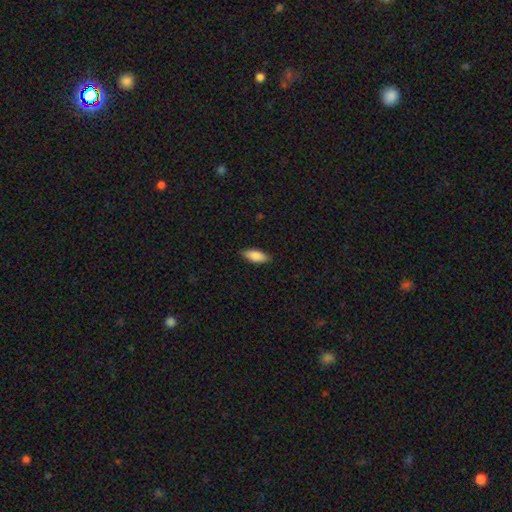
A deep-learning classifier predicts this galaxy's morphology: smooth 85%, featured or disk 9%, star or artifact 6%. Down the decision tree: how rounded — in between (78%); merging — none (88%).